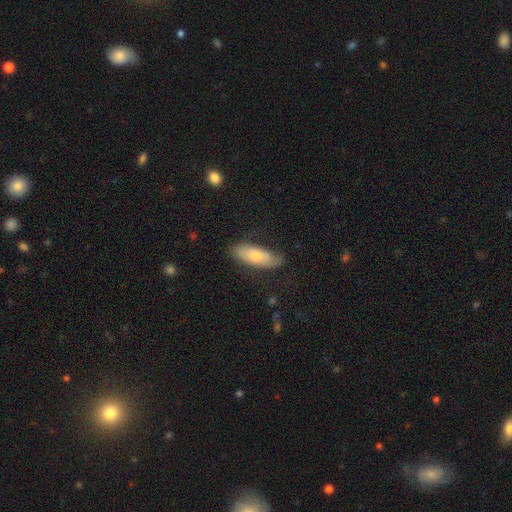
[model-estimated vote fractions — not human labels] A smooth galaxy with no disk features (73%) that is in between round and cigar-shaped (68%). Merging: none (76%).